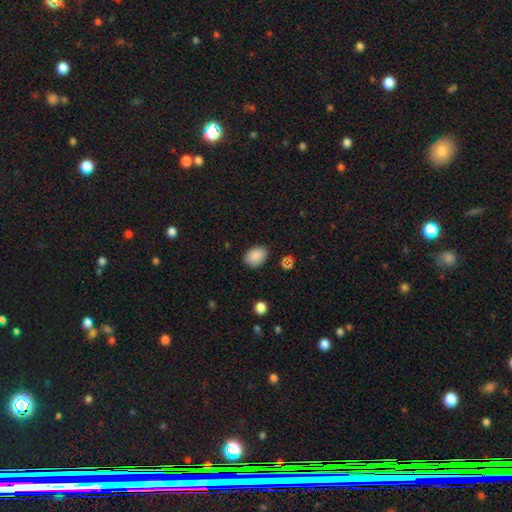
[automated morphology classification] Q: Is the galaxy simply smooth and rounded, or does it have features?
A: smooth — 86%.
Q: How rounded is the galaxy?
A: in between — 73%.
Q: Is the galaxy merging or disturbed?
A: none — 84%.